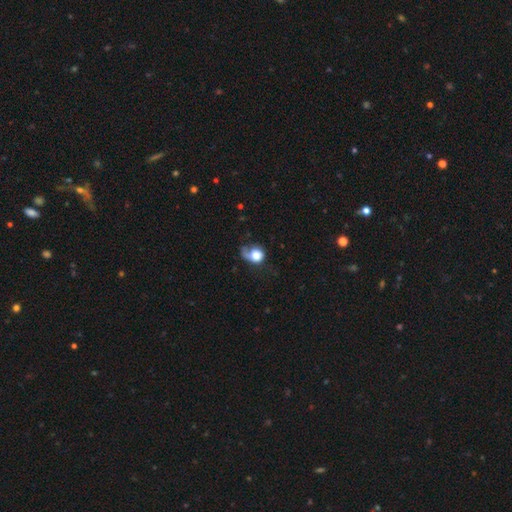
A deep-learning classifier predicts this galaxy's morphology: smooth_or_featured: smooth (p=0.69) [alt: featured or disk p=0.21]
how_rounded: round (p=0.66) [alt: in between p=0.33]
merging: major disturbance (p=0.38) [alt: none p=0.30]